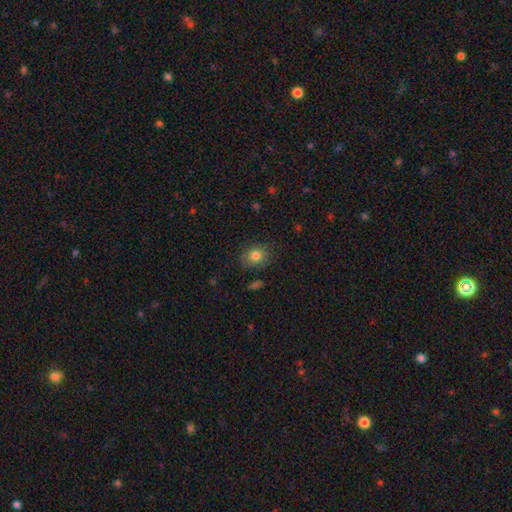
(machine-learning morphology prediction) This is clearly a smooth galaxy (81%). How rounded: possibly round (59%). Merging: clearly none (81%).